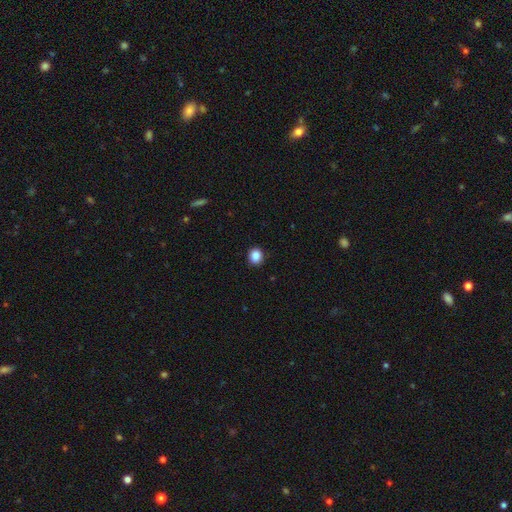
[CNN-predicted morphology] The model was most divided on "how rounded": round: 66%, in between: 33%, cigar-shaped: 1%. More confident: merging — none (89%); smooth or featured — smooth (88%).